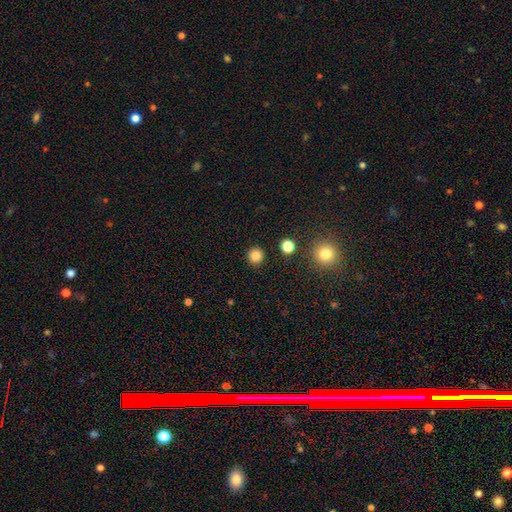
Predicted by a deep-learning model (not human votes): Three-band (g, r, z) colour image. It shows a smooth galaxy with no disk features (83%) that is round (94%). Merging: none (92%).